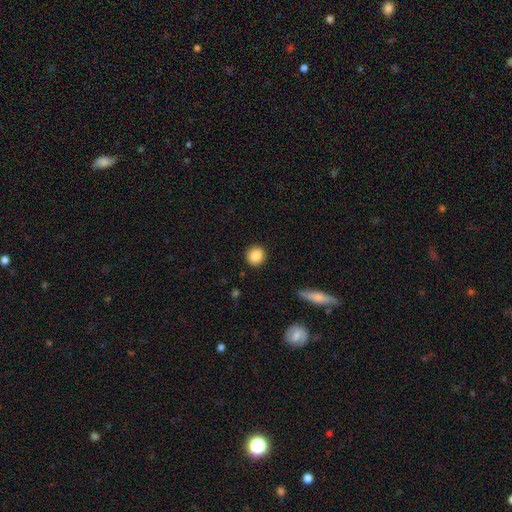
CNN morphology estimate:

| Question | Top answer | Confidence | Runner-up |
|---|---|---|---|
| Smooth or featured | smooth | 87% | star or artifact (8%) |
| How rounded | round | 91% | in between (8%) |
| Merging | none | 90% | minor disturbance (7%) |